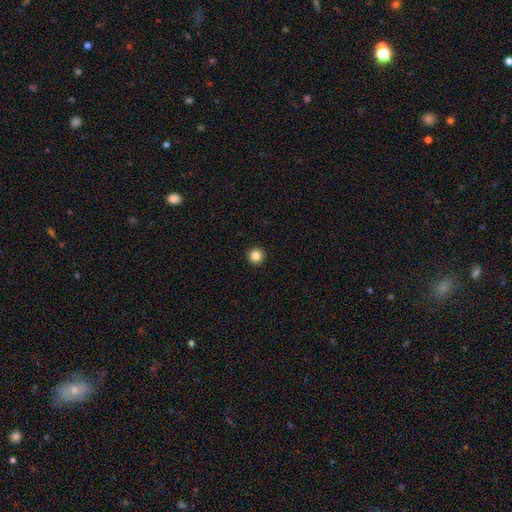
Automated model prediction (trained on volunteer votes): Smooth or featured? smooth (85%)
How rounded? round (96%)
Merging? none (94%)